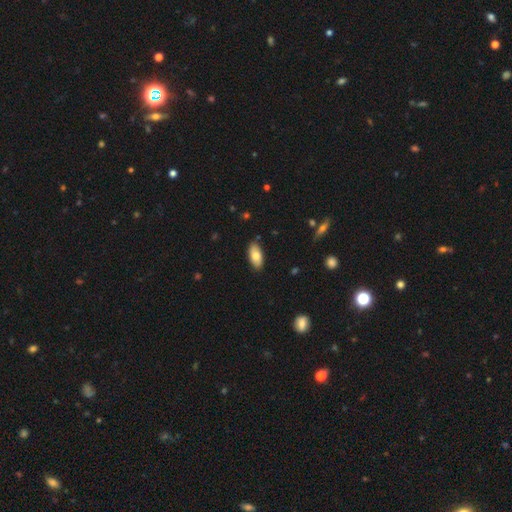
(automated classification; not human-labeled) The model was most divided on "smooth or featured": smooth: 78%, featured or disk: 16%, star or artifact: 6%. More confident: how rounded — in between (90%); merging — none (86%).